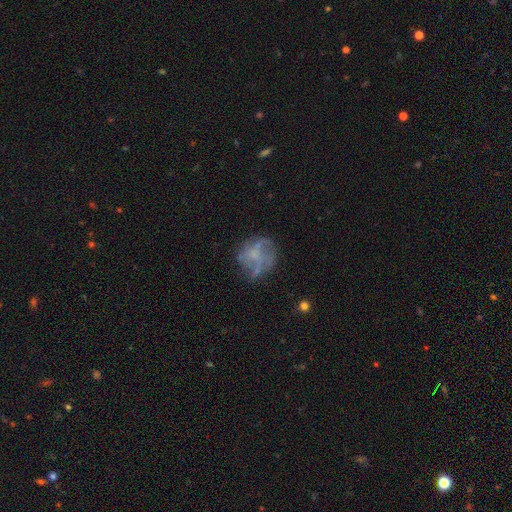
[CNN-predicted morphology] Smooth or featured? featured or disk (58%)
Edge-on disk? no (98%)
Bar? no (79%)
Spiral arms? no (51%)
Bulge size? none (59%)
Merging? none (56%)